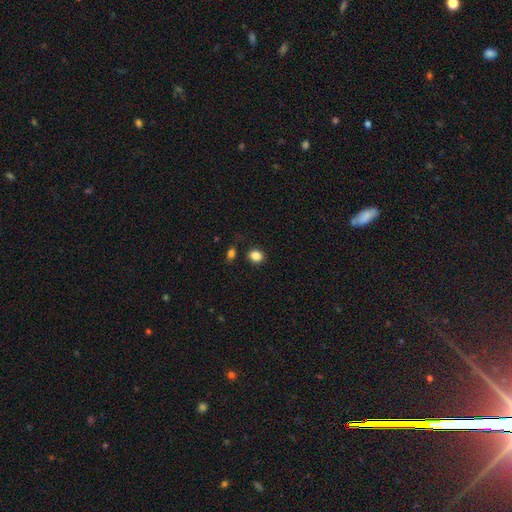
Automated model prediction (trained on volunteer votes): Smooth or featured? smooth (86%)
How rounded? round (66%)
Merging? none (82%)